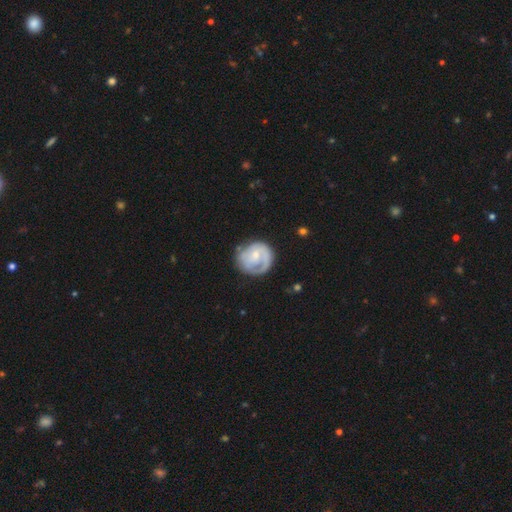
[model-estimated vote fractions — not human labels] Smooth or featured? featured or disk (57%)
Edge-on disk? no (98%)
Bar? no (69%)
Spiral arms? yes (72%)
Bulge size? small (58%)
Merging? none (62%)